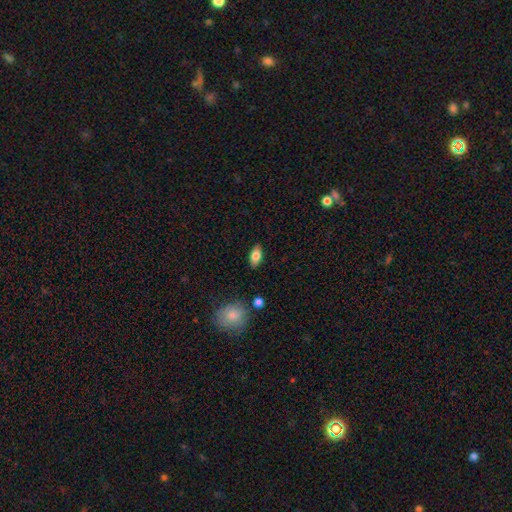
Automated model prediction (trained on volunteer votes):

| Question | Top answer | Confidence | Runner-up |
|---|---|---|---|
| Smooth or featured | smooth | 80% | featured or disk (13%) |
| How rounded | in between | 89% | cigar-shaped (7%) |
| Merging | none | 86% | minor disturbance (10%) |